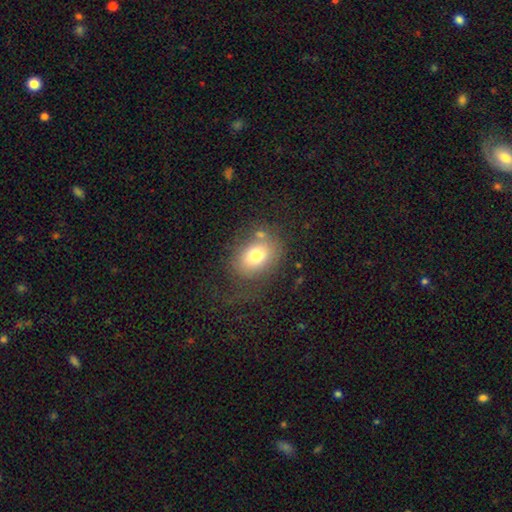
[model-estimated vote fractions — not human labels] A smooth galaxy with no disk features (72%) that is in between round and cigar-shaped (65%). Merging: none (59%).